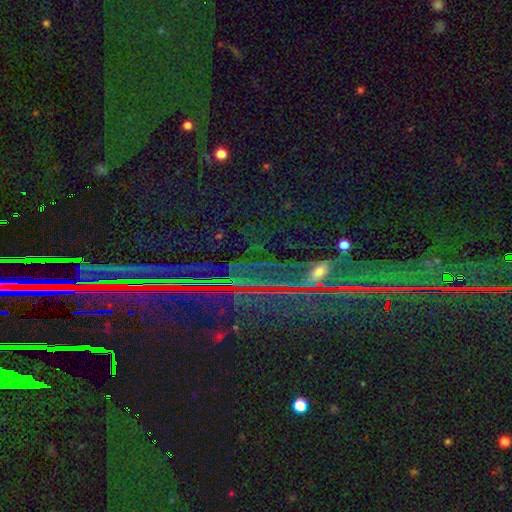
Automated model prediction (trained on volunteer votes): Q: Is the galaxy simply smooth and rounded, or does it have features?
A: star or artifact — 87%.